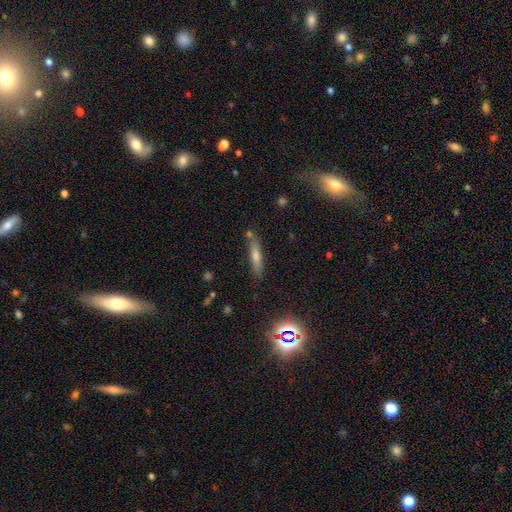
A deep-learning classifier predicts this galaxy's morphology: Q: Smooth or featured?
A: smooth (47%); runner-up: featured or disk (36%)
Q: Merging?
A: none (79%); runner-up: minor disturbance (13%)